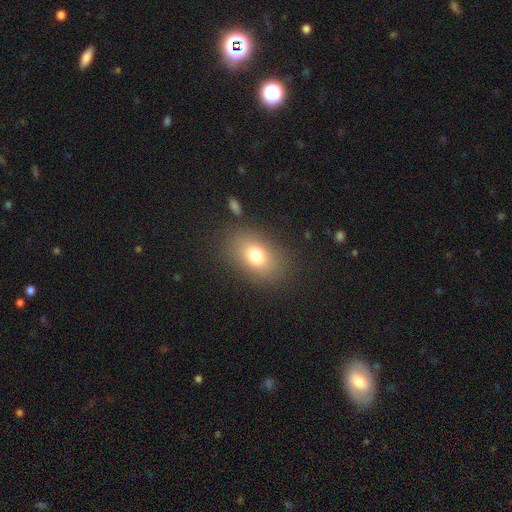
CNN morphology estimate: A smooth galaxy with no disk features (76%) that is in between round and cigar-shaped (79%). Merging: none (82%).